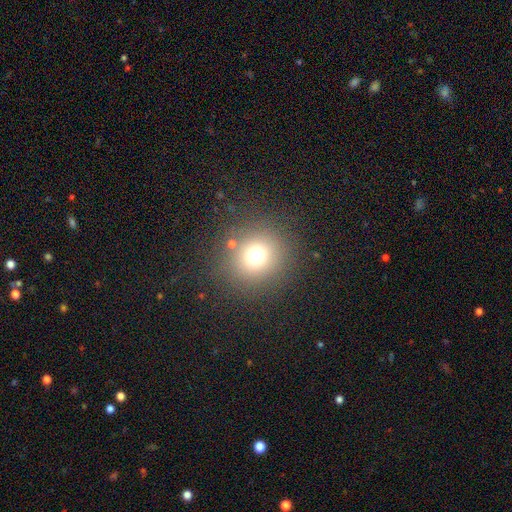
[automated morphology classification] A smooth galaxy with no disk features (69%) that is round (92%). Merging: none (84%).